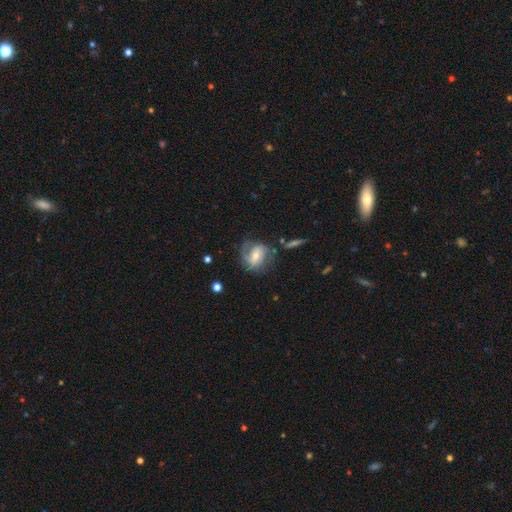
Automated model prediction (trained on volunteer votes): The model was most divided on "bulge size": moderate: 51%, small: 41%, large: 4%, none: 2%, dominant: 1%. Remaining: edge-on disk — no (96%); spiral arms — yes (89%); smooth or featured — featured or disk (73%); merging — none (59%); spiral arm count — 2 (55%); bar — weak (46%); spiral winding — medium (43%).